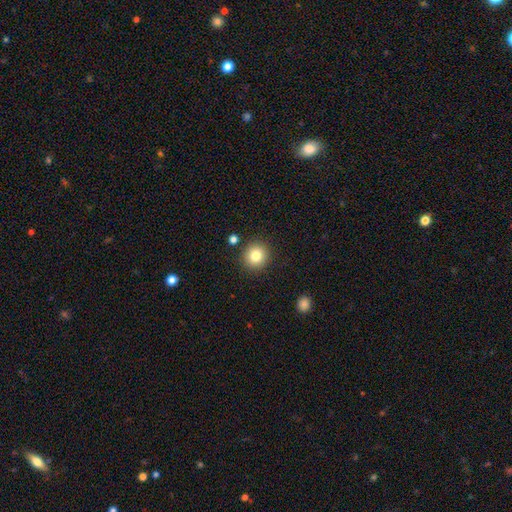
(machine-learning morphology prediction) Overall: smooth (82%). How rounded: round (91%). Merging: none (89%).